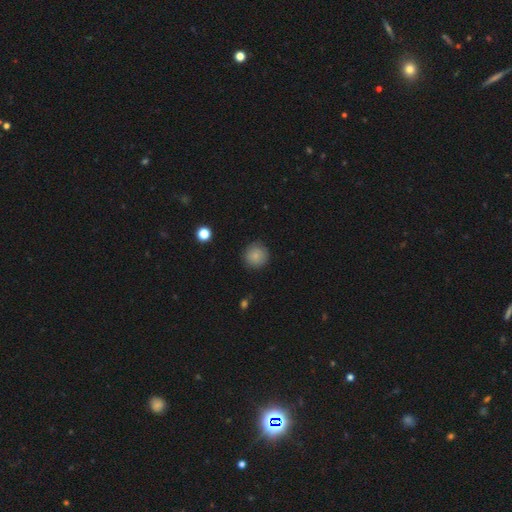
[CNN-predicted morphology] type=smooth (84%); roundness=round (94%); merging=none (87%).